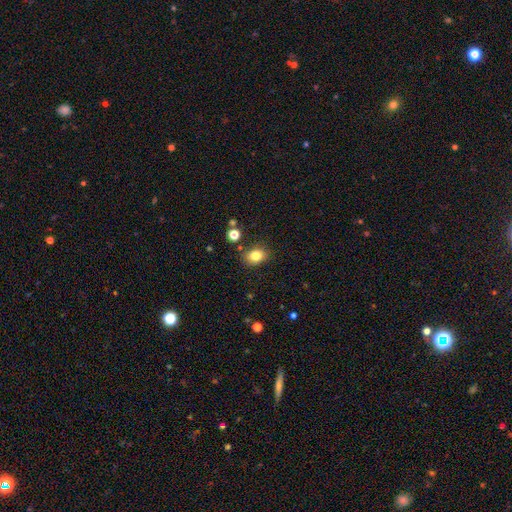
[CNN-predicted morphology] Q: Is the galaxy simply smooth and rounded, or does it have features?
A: smooth — 81%.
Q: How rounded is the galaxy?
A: in between — 60%.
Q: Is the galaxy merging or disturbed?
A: none — 81%.